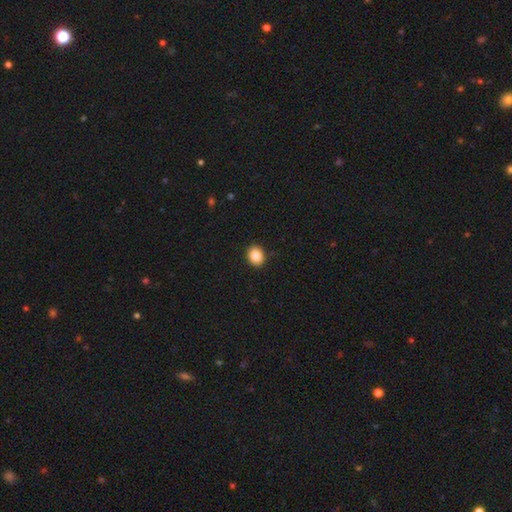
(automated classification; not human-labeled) smooth-or-featured: smooth: 86% | star or artifact: 9% | featured or disk: 5%
  how-rounded: round: 56% | in between: 43% | cigar-shaped: 1%
  merging: none: 91% | minor disturbance: 6% | major disturbance: 2% | merger: 1%